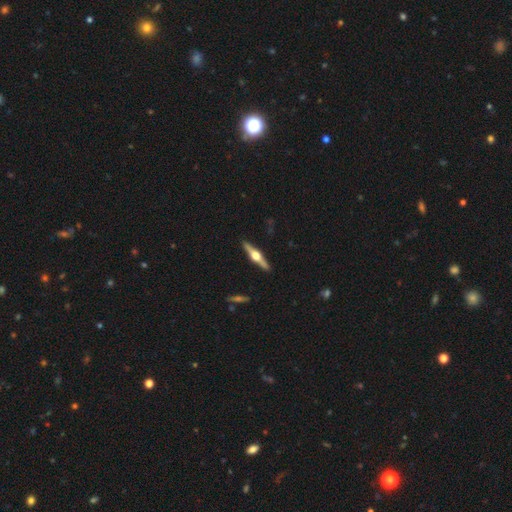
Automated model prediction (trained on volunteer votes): Overall: featured or disk (79%). Edge-on disk: yes (98%). Edge-on bulge: rounded (95%). Merging: none (91%).